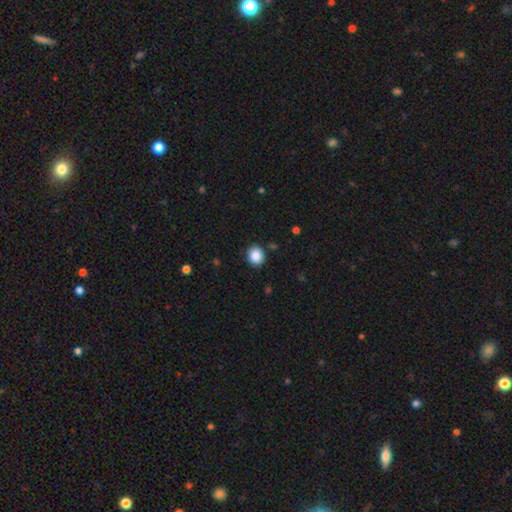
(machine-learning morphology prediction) Q: Smooth or featured?
A: smooth (87%); runner-up: star or artifact (9%)
Q: How rounded?
A: round (79%); runner-up: in between (20%)
Q: Merging?
A: none (89%); runner-up: minor disturbance (7%)